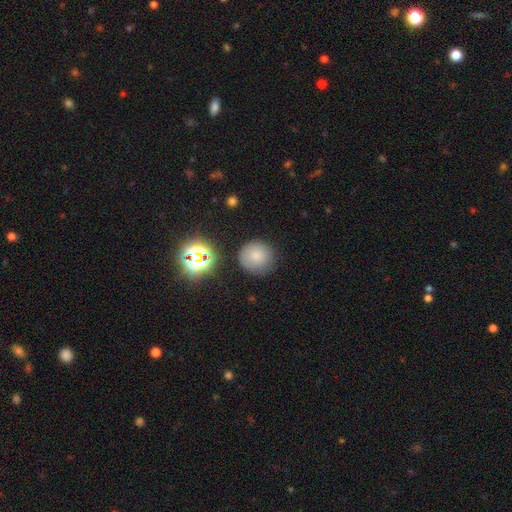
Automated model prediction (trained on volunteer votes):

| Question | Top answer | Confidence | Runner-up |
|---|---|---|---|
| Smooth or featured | smooth | 77% | star or artifact (15%) |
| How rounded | round | 92% | in between (7%) |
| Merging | none | 82% | minor disturbance (11%) |